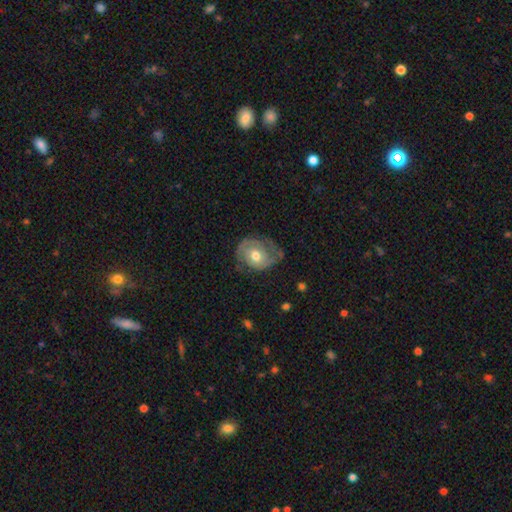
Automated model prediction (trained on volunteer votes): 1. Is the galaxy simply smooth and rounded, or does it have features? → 71% featured or disk, 23% smooth, 6% star or artifact.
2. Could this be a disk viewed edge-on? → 97% no, 3% yes.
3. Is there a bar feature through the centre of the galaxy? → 76% no, 20% weak, 4% strong.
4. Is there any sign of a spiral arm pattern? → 84% yes, 16% no.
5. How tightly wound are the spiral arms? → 52% tight, 34% medium, 15% loose.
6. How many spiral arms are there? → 65% 2, 17% can't tell, 10% 1, 4% 3, 2% 4, 2% more than 4.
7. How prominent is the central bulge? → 75% moderate, 13% small, 10% large, 1% dominant, 1% none.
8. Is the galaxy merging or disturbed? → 55% none, 28% minor disturbance, 15% major disturbance, 2% merger.